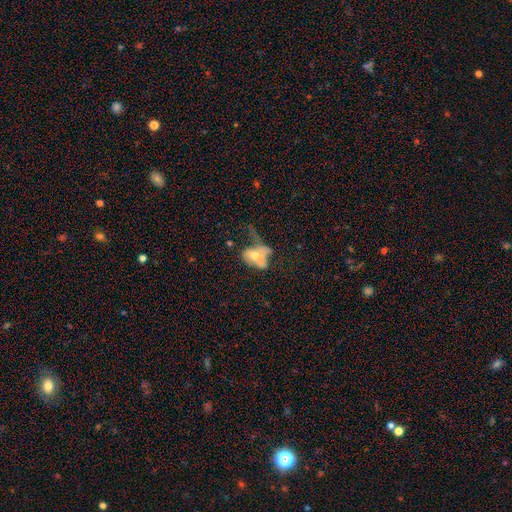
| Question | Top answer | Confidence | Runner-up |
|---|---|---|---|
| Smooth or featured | featured or disk | 52% | smooth (35%) |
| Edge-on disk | no | 100% | — |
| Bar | no | 86% | weak (14%) |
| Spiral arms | no | 95% | yes (5%) |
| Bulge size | moderate | 67% | small (29%) |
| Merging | major disturbance | 60% | merger (17%) |